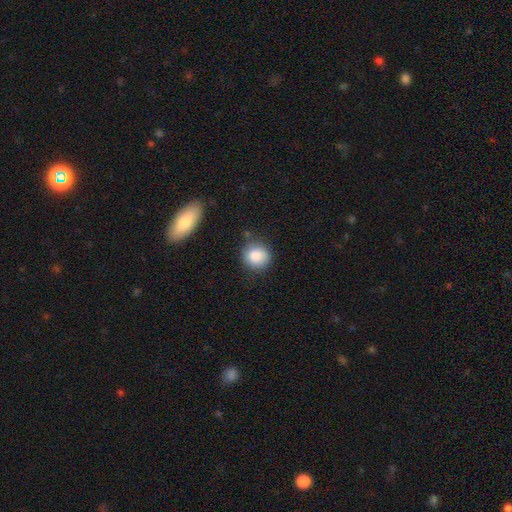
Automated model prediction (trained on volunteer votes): A smooth galaxy with no disk features (86%) that is round (86%).

Vote fractions:
- Smooth or featured? smooth: 86% / star or artifact: 8% / featured or disk: 5%
- How rounded? round: 86% / in between: 13% / cigar-shaped: 1%
- Merging? none: 80% / minor disturbance: 13% / merger: 4% / major disturbance: 3%